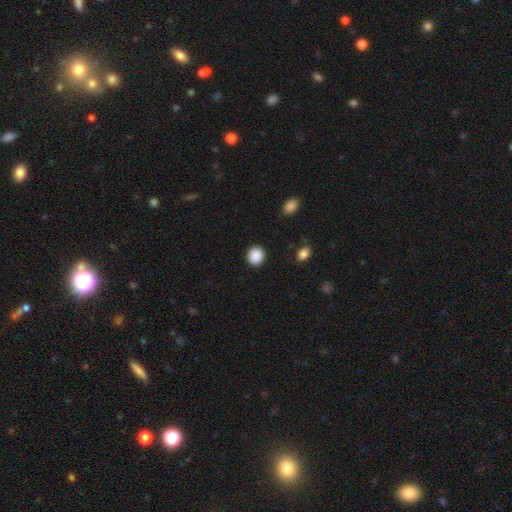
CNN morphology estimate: This appears to be a smooth galaxy with no disk features (89%) that is round (86%). Merging: none (91%).